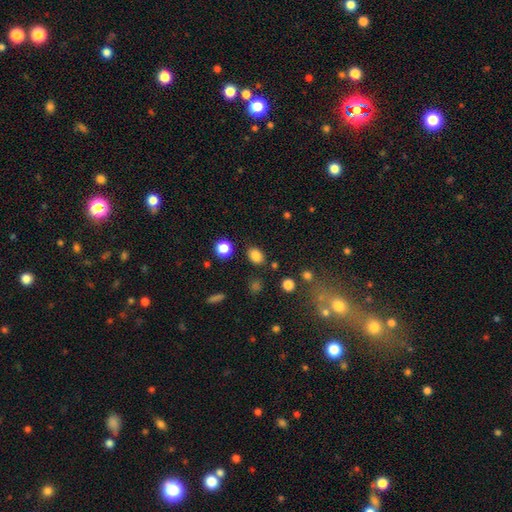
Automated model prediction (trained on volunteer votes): A smooth galaxy with no disk features (83%) that is in between round and cigar-shaped (70%). Merging: none (82%).